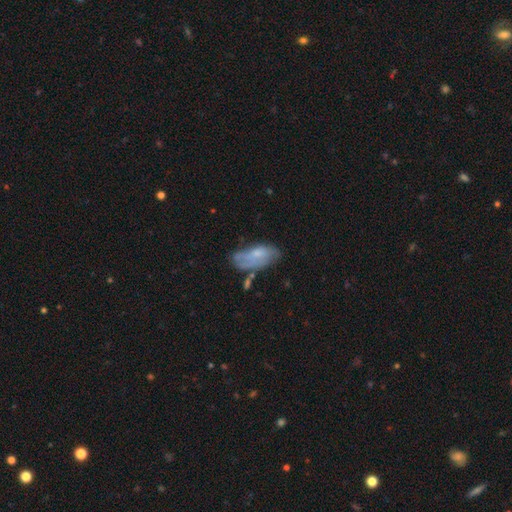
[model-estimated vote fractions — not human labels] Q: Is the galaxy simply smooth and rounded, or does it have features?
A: smooth — 50%.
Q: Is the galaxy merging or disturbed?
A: none — 44%.